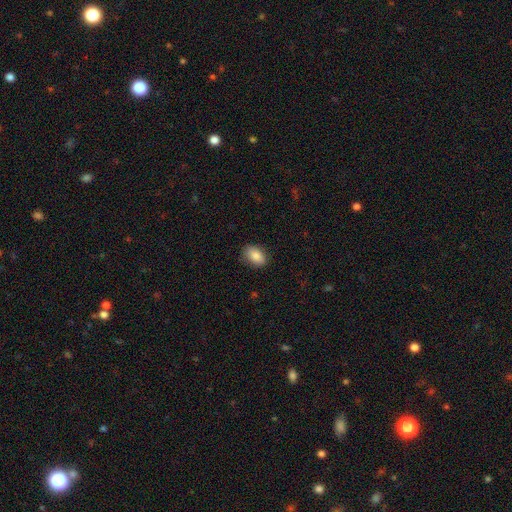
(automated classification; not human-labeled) Morphology: type=smooth (85%); roundness=in between (87%); merging=none (84%).